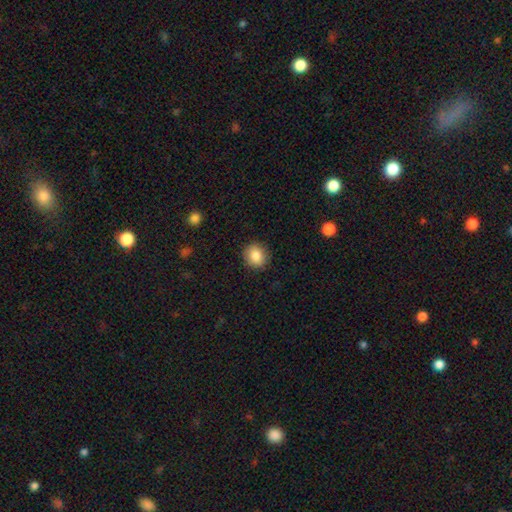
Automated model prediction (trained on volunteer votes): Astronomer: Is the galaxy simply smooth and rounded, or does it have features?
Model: smooth — 86%.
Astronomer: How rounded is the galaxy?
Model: round — 82%.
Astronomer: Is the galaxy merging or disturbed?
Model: none — 89%.